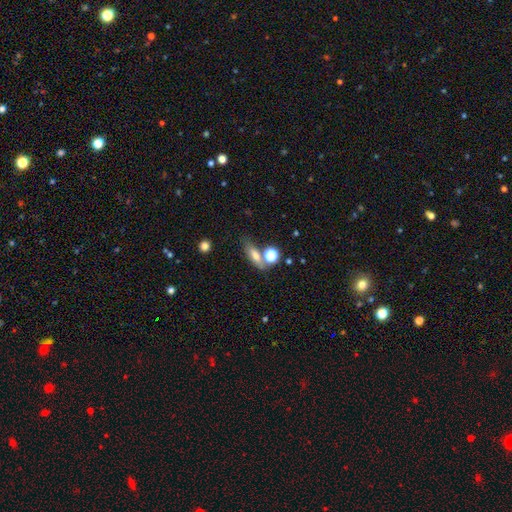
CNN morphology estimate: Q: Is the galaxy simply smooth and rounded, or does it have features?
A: smooth — 64%.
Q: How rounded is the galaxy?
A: in between — 50%.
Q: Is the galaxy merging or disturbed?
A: none — 59%.